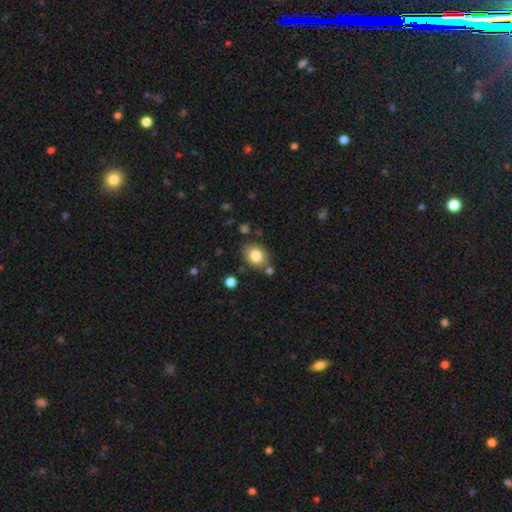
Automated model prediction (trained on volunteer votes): Smooth or featured?
  - smooth: 81% *
  - featured or disk: 10%
  - star or artifact: 9%
How rounded?
  - in between: 52% *
  - round: 47%
  - cigar-shaped: 1%
Merging?
  - none: 76% *
  - minor disturbance: 13%
  - merger: 7%
  - major disturbance: 3%